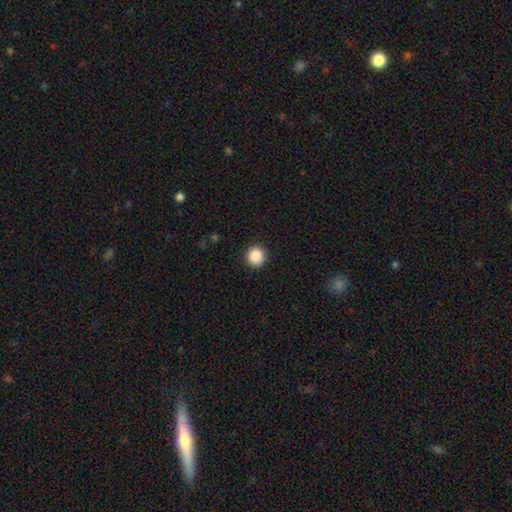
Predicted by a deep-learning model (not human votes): This appears to be a smooth galaxy with no disk features (87%) that is round (91%). Merging: none (91%).